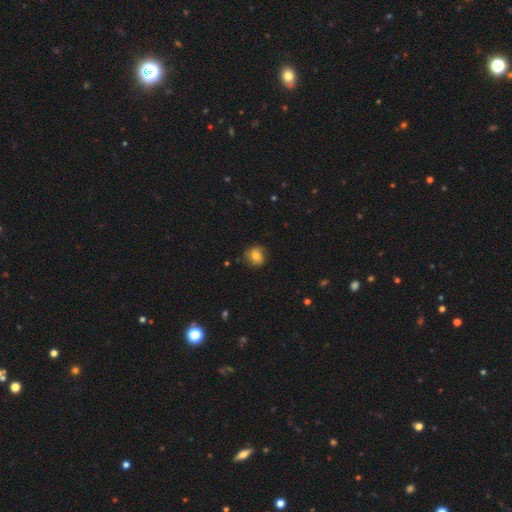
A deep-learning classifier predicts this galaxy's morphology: smooth-or-featured: smooth: 78% | featured or disk: 12% | star or artifact: 10%
  how-rounded: round: 67% | in between: 32% | cigar-shaped: 1%
  merging: none: 79% | minor disturbance: 16% | major disturbance: 3% | merger: 1%